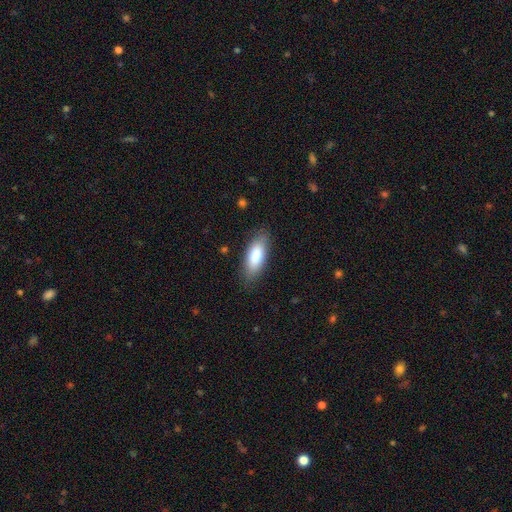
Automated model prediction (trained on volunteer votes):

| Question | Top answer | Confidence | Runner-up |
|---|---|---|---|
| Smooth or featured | smooth | 83% | featured or disk (11%) |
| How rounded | in between | 75% | cigar-shaped (23%) |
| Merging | none | 84% | minor disturbance (12%) |